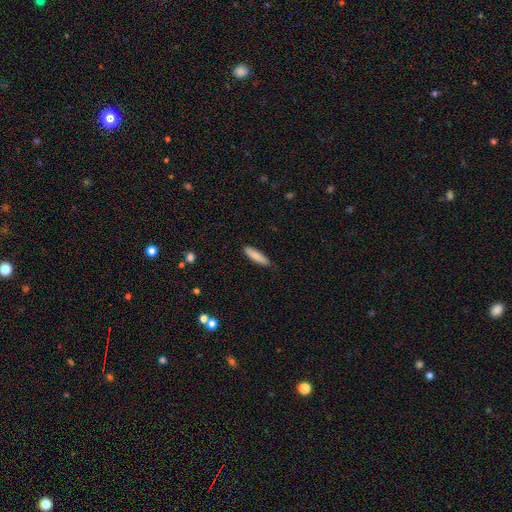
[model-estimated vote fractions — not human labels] Smooth or featured: smooth — 85% (featured or disk — 9%)
How rounded: cigar-shaped — 78% (in between — 21%)
Merging: none — 85% (minor disturbance — 12%)